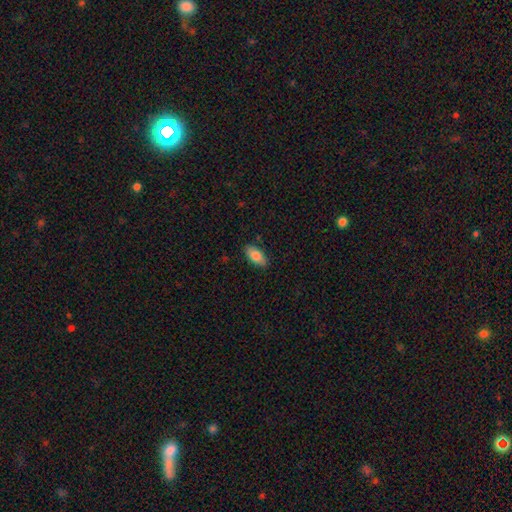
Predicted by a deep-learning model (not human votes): Q: Smooth or featured?
A: smooth (81%); runner-up: featured or disk (12%)
Q: How rounded?
A: in between (90%); runner-up: cigar-shaped (8%)
Q: Merging?
A: none (86%); runner-up: minor disturbance (10%)